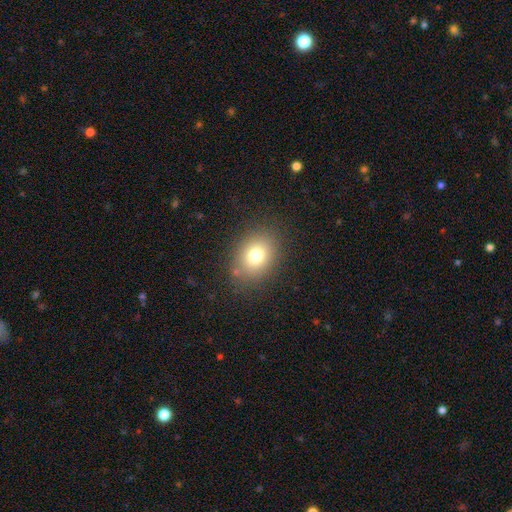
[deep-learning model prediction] Morphology: type=smooth (75%); roundness=in between (53%); merging=none (82%).